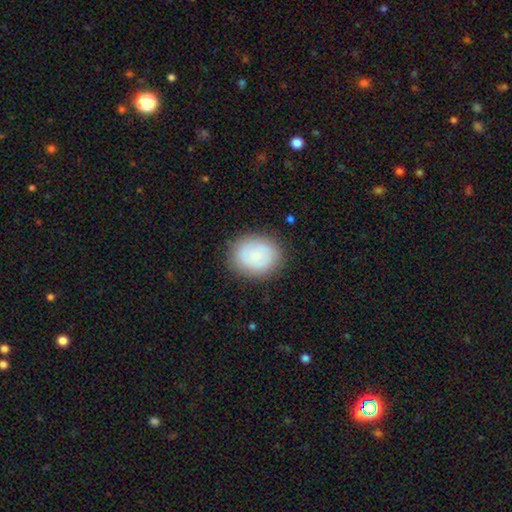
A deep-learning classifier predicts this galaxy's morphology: A smooth galaxy with no disk features (64%) that is round (65%).

Vote fractions:
- Smooth or featured? smooth: 64% / featured or disk: 28% / star or artifact: 8%
- How rounded? round: 65% / in between: 34% / cigar-shaped: 1%
- Merging? none: 83% / minor disturbance: 12% / major disturbance: 4% / merger: 1%